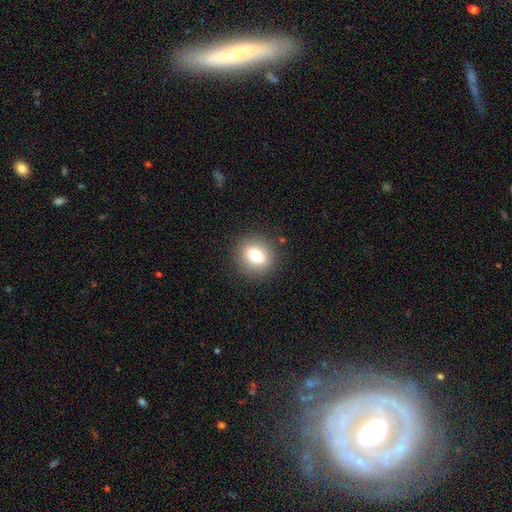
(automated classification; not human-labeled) The model was most divided on "how rounded": round: 56%, in between: 41%, cigar-shaped: 2%. More confident: merging — none (88%); smooth or featured — smooth (75%).